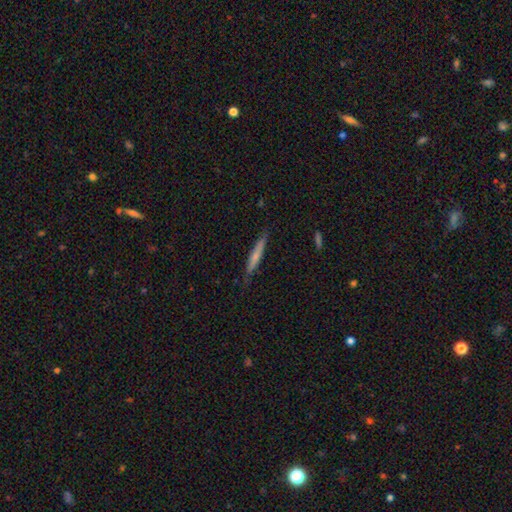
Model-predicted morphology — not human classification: Smooth or featured? smooth (60%)
How rounded? cigar-shaped (94%)
Merging? none (83%)